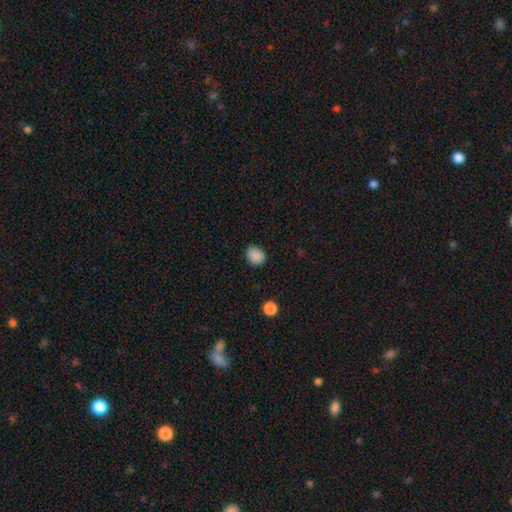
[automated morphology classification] smooth 87%, star or artifact 10%, featured or disk 3%. Down the decision tree: how rounded — round (63%); merging — none (85%).